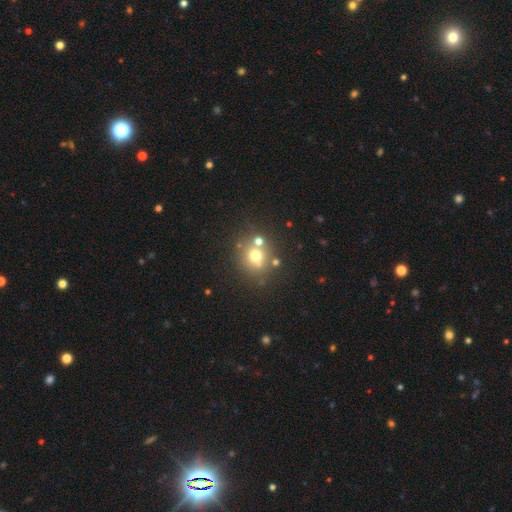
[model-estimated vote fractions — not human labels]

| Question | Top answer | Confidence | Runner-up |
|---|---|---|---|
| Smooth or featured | smooth | 64% | featured or disk (19%) |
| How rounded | round | 83% | in between (16%) |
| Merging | none | 63% | merger (21%) |